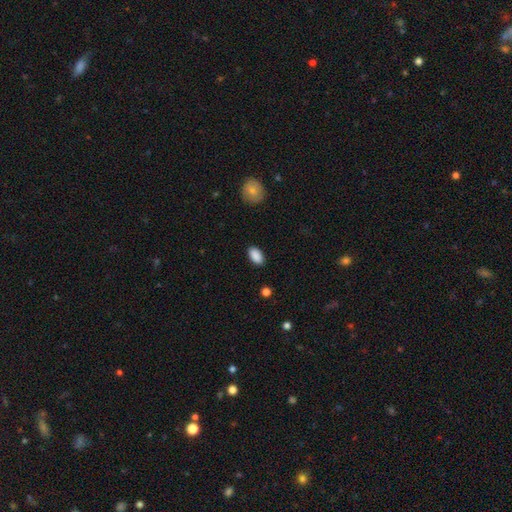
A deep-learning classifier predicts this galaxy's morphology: Overall: smooth (89%). How rounded: in between (93%). Merging: none (88%).